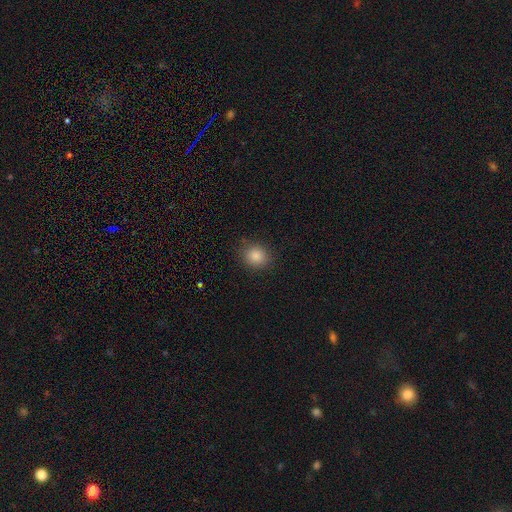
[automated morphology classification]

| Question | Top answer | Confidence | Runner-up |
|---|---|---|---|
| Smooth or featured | smooth | 84% | star or artifact (12%) |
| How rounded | round | 81% | in between (18%) |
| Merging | none | 88% | minor disturbance (9%) |